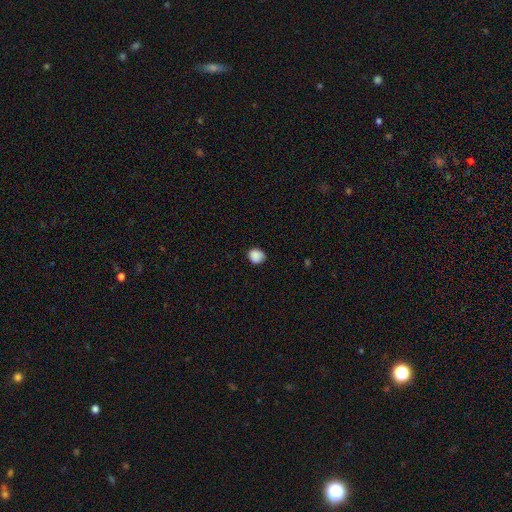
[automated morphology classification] This appears to be a smooth galaxy with no disk features (88%) that is round (82%). Merging: none (85%).